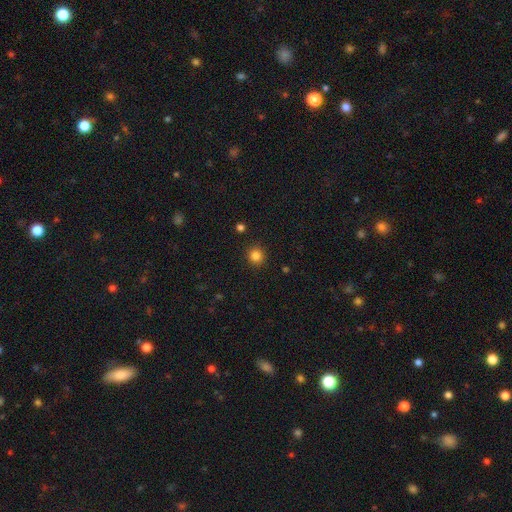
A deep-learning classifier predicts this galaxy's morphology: The model was most divided on "smooth or featured": smooth: 84%, star or artifact: 12%, featured or disk: 4%. More confident: how rounded — round (92%); merging — none (91%).